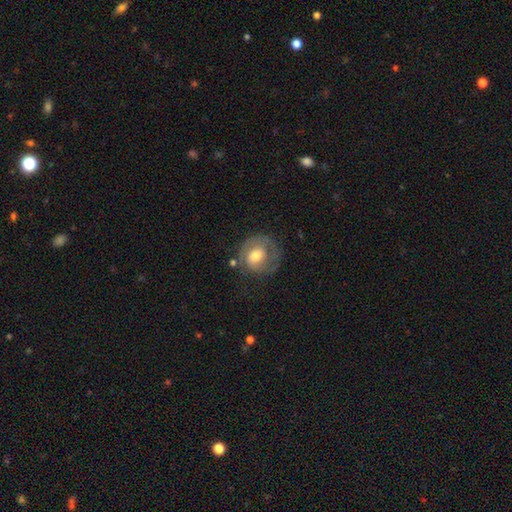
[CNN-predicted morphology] This appears to be a featured or disk galaxy (57%) with no bar (64%), spiral arms (72%) and a moderate central bulge (64%). Merging: none (54%).